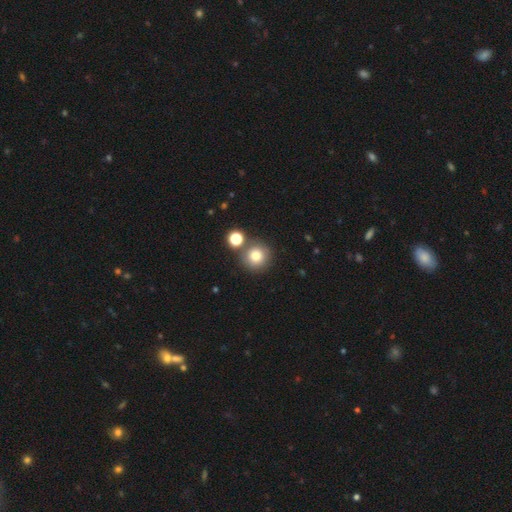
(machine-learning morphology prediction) Q: Smooth or featured?
A: smooth (78%); runner-up: star or artifact (13%)
Q: How rounded?
A: round (94%); runner-up: in between (5%)
Q: Merging?
A: none (76%); runner-up: merger (14%)